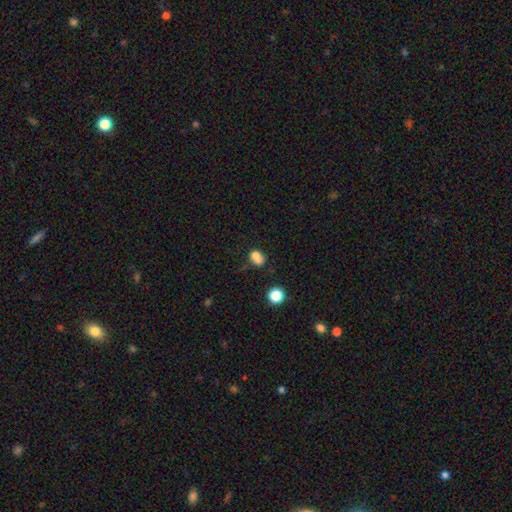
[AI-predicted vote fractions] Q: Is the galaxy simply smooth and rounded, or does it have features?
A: smooth — 74%.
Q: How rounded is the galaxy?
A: round — 53%.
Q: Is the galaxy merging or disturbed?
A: none — 39%.